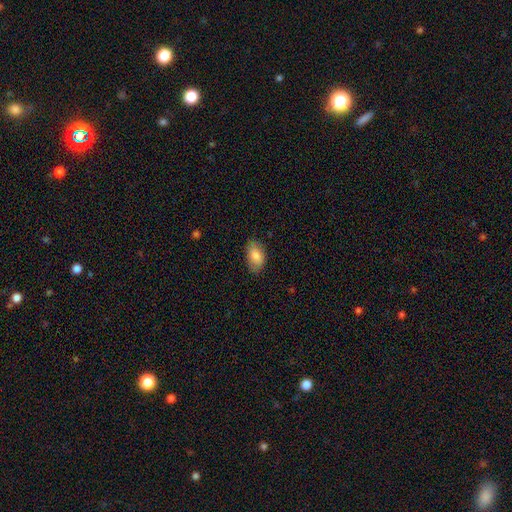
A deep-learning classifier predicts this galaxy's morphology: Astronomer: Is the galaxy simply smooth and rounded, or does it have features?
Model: smooth — 83%.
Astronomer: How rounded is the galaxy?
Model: in between — 93%.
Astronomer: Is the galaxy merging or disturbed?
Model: none — 80%.